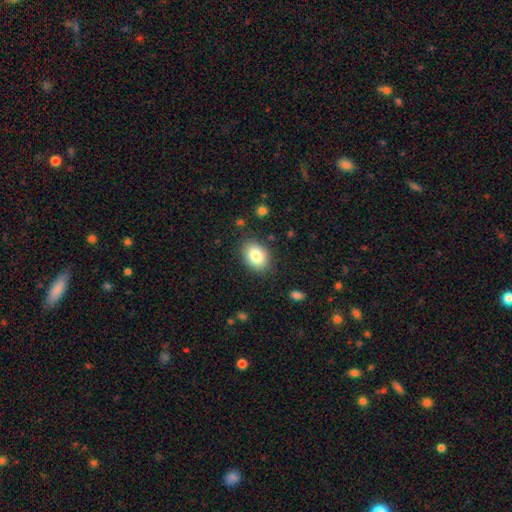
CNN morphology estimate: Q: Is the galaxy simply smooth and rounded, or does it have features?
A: smooth — 83%.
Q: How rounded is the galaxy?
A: in between — 71%.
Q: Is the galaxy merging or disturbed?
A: none — 85%.